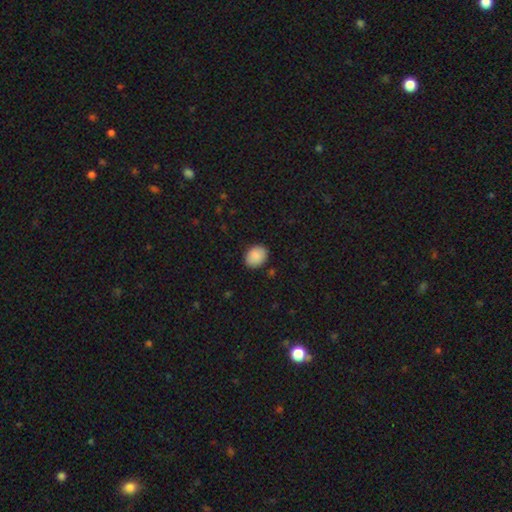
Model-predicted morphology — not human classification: A smooth galaxy with no disk features (90%) that is in between round and cigar-shaped (57%). Merging: none (86%).